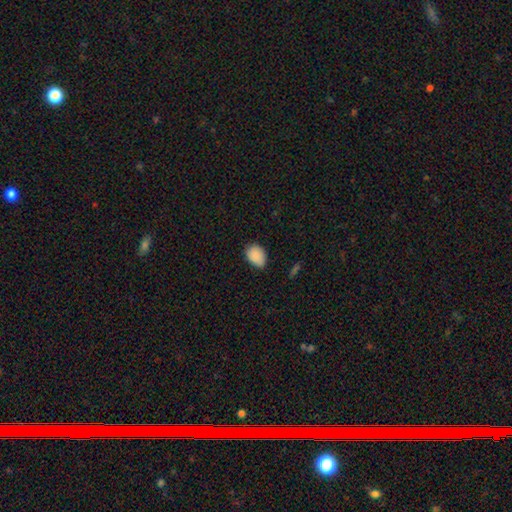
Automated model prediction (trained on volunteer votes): The model was most divided on "merging": none: 73%, minor disturbance: 22%, major disturbance: 3%, merger: 1%. More confident: smooth or featured — smooth (89%); how rounded — in between (79%).